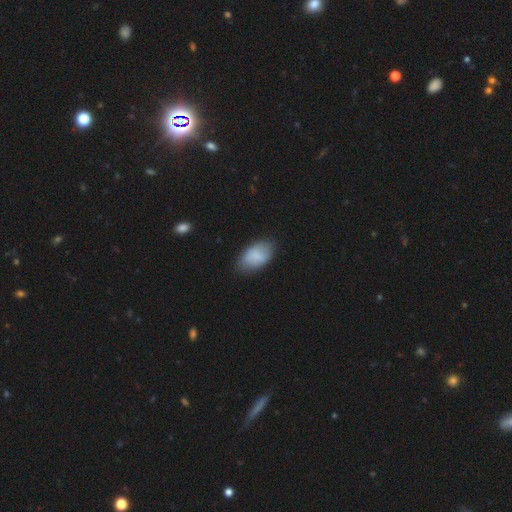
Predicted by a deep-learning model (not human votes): smooth-or-featured: smooth: 80% | featured or disk: 13% | star or artifact: 7%
  how-rounded: in between: 93% | round: 6% | cigar-shaped: 2%
  merging: none: 71% | minor disturbance: 23% | major disturbance: 5% | merger: 1%